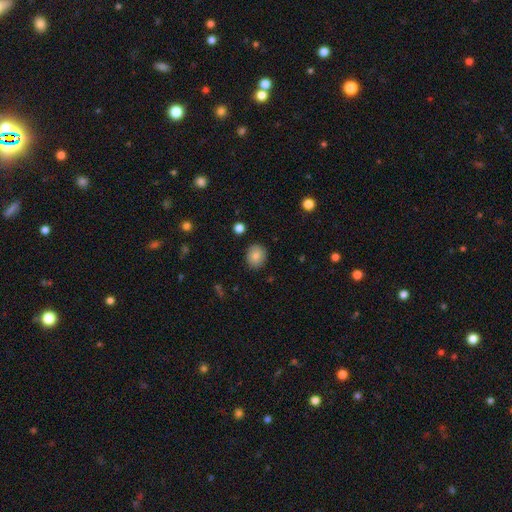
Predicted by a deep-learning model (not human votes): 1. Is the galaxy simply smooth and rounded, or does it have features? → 84% smooth, 9% star or artifact, 7% featured or disk.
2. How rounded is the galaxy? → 77% round, 22% in between, 1% cigar-shaped.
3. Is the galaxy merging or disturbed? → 89% none, 8% minor disturbance, 2% major disturbance, 1% merger.